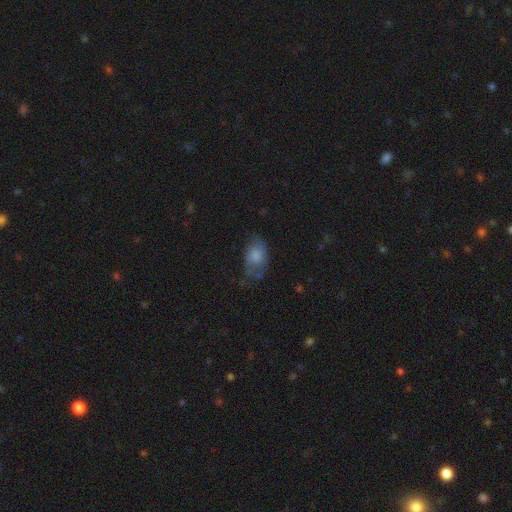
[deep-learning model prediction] Smooth or featured: smooth — 69% (featured or disk — 22%)
How rounded: in between — 86% (round — 12%)
Merging: none — 49% (minor disturbance — 32%)